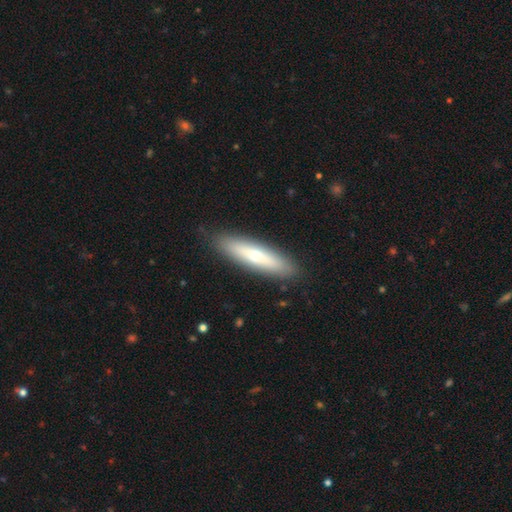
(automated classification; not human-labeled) This appears to be a smooth galaxy with no disk features (56%) that is cigar-shaped (73%). Merging: none (88%).